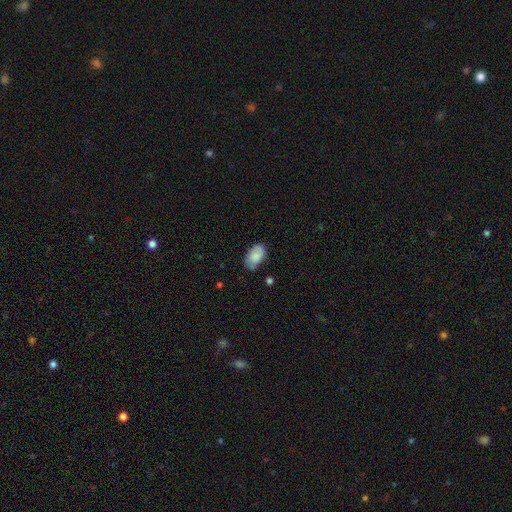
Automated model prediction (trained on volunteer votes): This is likely a smooth galaxy (79%). How rounded: clearly in between (91%). Merging: likely none (63%).